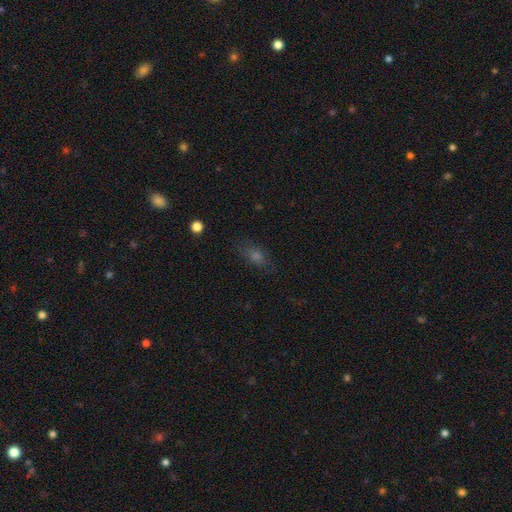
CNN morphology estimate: Smooth or featured?
  - smooth: 56% *
  - star or artifact: 25%
  - featured or disk: 19%
How rounded?
  - in between: 71% *
  - round: 15%
  - cigar-shaped: 14%
Merging?
  - none: 78% *
  - minor disturbance: 15%
  - major disturbance: 5%
  - merger: 2%